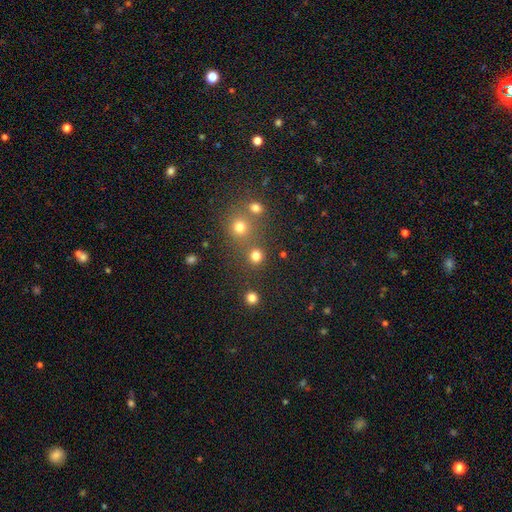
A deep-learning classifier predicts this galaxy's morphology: This appears to be a smooth galaxy with no disk features (79%) that is round (91%). Merging: none (76%).